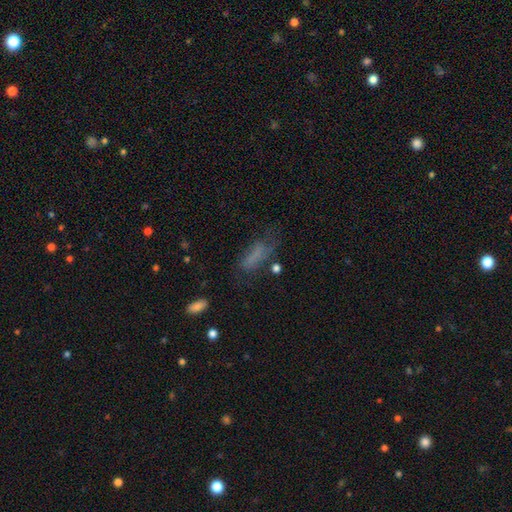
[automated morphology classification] smooth-or-featured: smooth: 61% | featured or disk: 23% | star or artifact: 16%
  how-rounded: in between: 60% | cigar-shaped: 36% | round: 4%
  merging: none: 44% | minor disturbance: 26% | major disturbance: 26% | merger: 5%